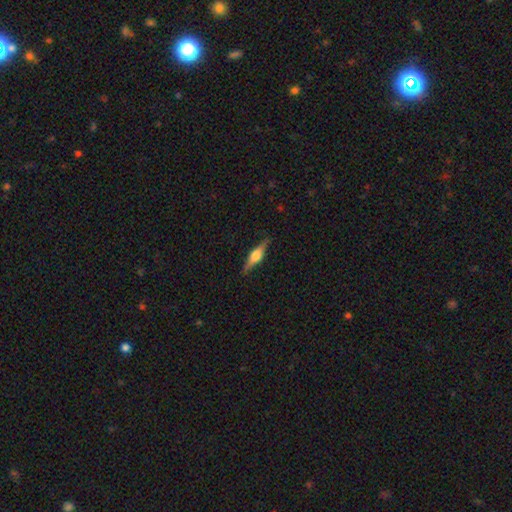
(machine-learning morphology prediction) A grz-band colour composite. It shows a featured or disk galaxy (68%) viewed edge-on (97%) with a rounded central bulge (89%). Merging: none (88%).